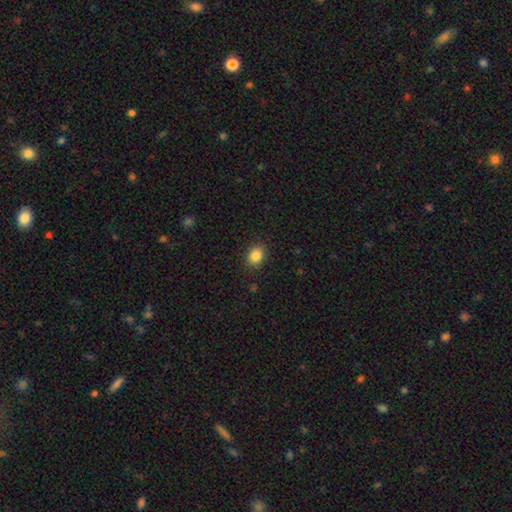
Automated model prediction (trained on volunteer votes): Smooth or featured?
  - smooth: 86% *
  - star or artifact: 10%
  - featured or disk: 4%
How rounded?
  - in between: 56% *
  - round: 43%
  - cigar-shaped: 1%
Merging?
  - none: 88% *
  - minor disturbance: 9%
  - major disturbance: 2%
  - merger: 1%